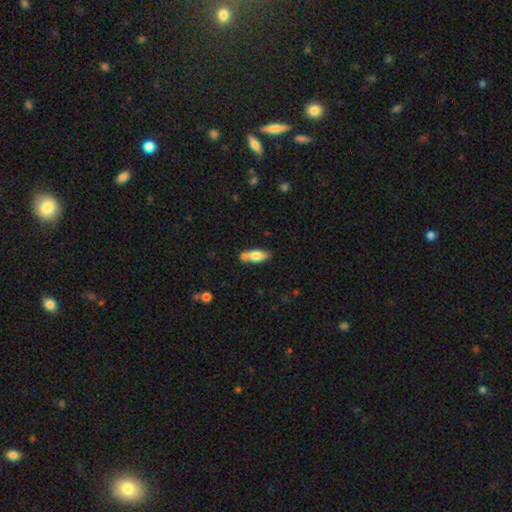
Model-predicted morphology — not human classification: smooth 72%, featured or disk 21%, star or artifact 7%. Down the decision tree: how rounded — in between (72%); merging — none (56%).